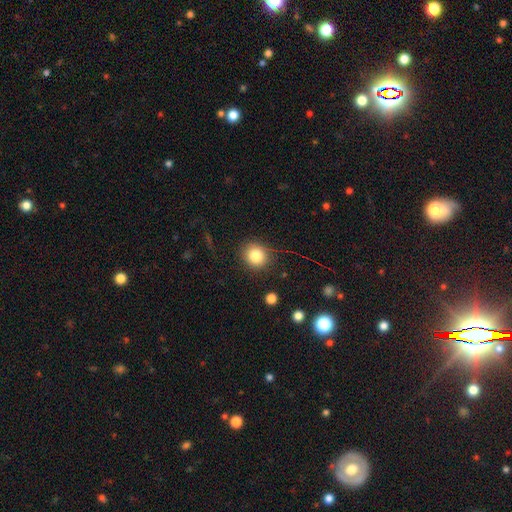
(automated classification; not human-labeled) smooth_or_featured: smooth (p=0.82) [alt: star or artifact p=0.11]
how_rounded: round (p=0.85) [alt: in between p=0.14]
merging: none (p=0.86) [alt: minor disturbance p=0.09]